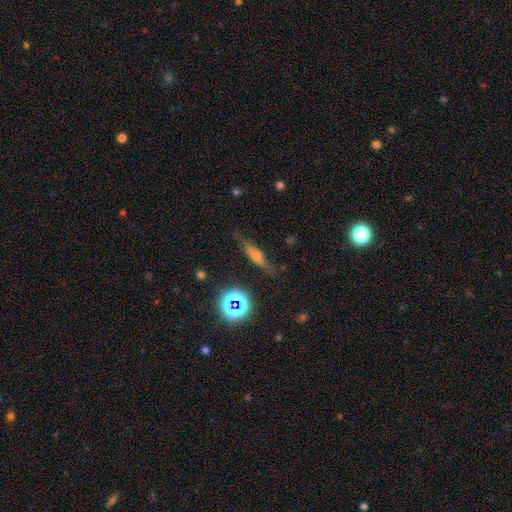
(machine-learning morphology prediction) Smooth or featured: smooth — 48% (featured or disk — 34%)
Merging: none — 73% (minor disturbance — 18%)